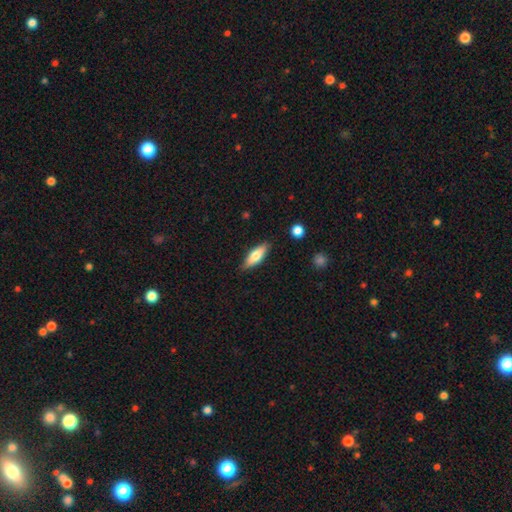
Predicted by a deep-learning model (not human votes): This appears to be a smooth galaxy with no disk features (67%) that is in between round and cigar-shaped (58%). Merging: none (85%).